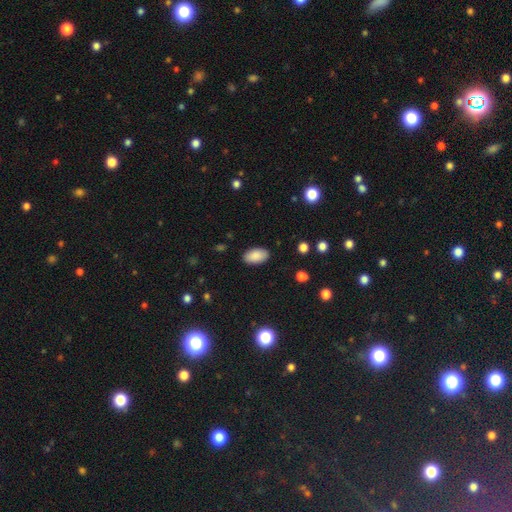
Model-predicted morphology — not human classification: Q: Smooth or featured?
A: smooth (89%); runner-up: star or artifact (7%)
Q: How rounded?
A: in between (95%); runner-up: round (3%)
Q: Merging?
A: none (88%); runner-up: minor disturbance (9%)